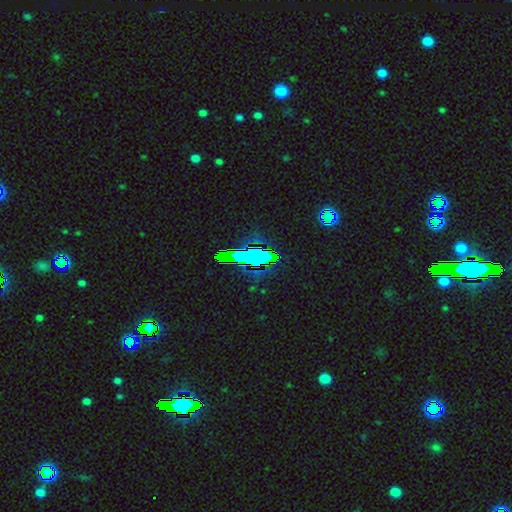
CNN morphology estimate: Smooth or featured? star or artifact (67%)